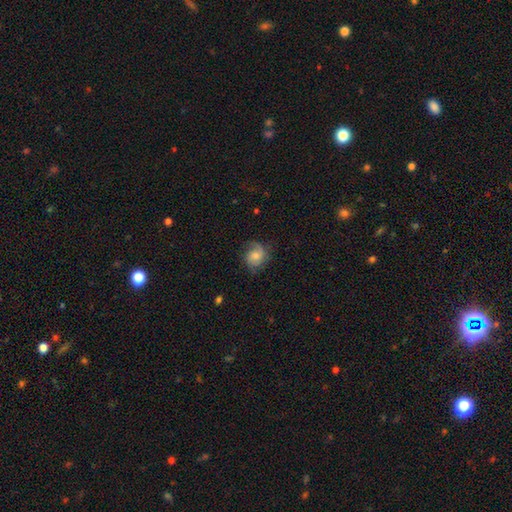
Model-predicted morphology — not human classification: Q: Smooth or featured?
A: featured or disk (46%); runner-up: smooth (45%)
Q: Merging?
A: none (65%); runner-up: minor disturbance (23%)